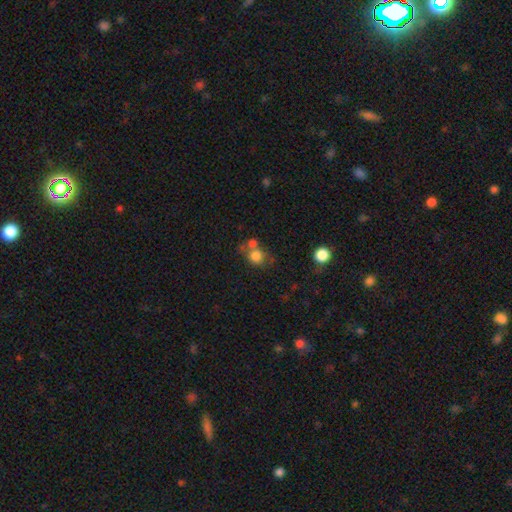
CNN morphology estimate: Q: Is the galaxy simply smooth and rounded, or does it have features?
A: smooth — 76%.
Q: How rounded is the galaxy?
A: round — 67%.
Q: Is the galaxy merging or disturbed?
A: none — 41%.